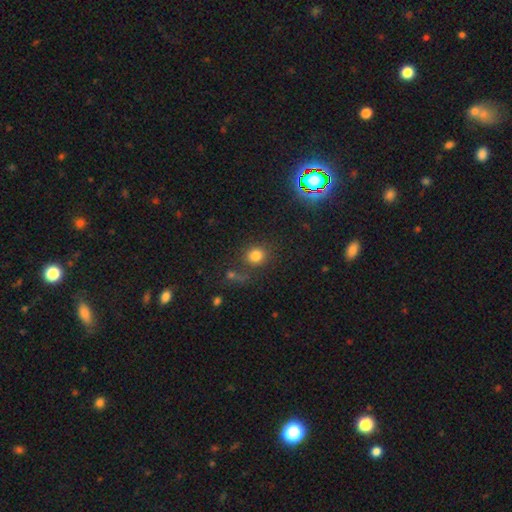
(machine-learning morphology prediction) This appears to be a smooth galaxy with no disk features (80%) that is round (79%). Merging: none (75%).